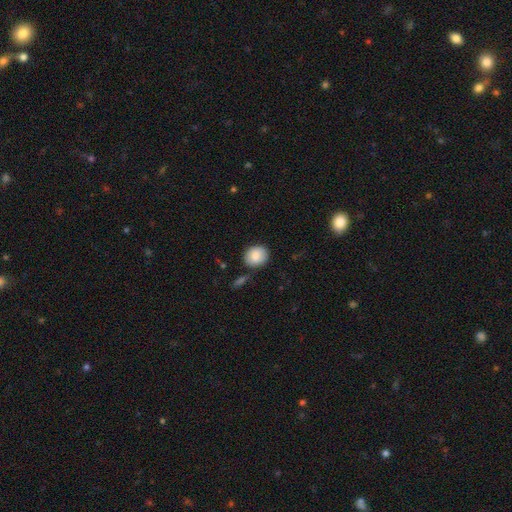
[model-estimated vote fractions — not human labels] Overall: smooth (85%). How rounded: round (72%). Merging: none (81%).